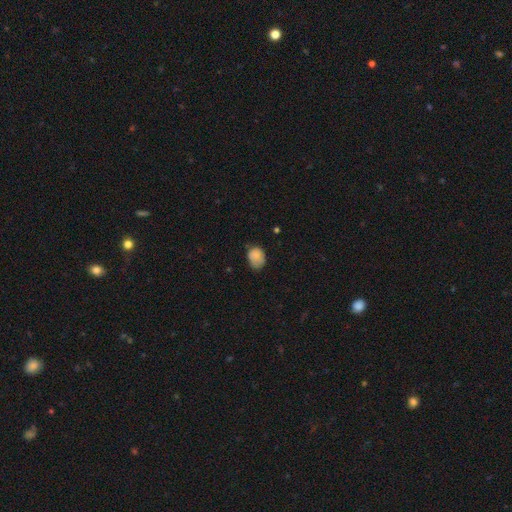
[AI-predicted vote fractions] Overall: smooth (80%). How rounded: in between (64%; round 35%). Merging: none (49%; minor disturbance 38%).